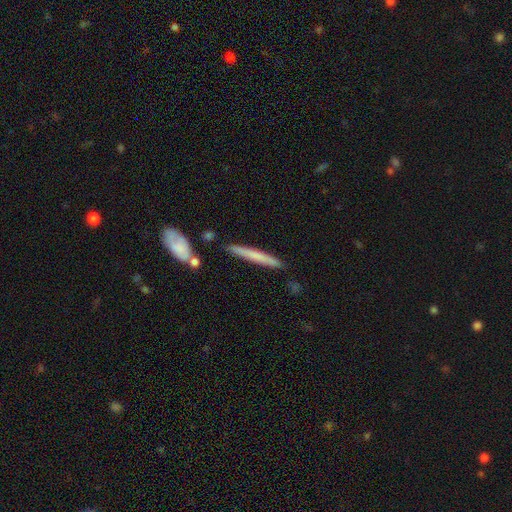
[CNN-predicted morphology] type=smooth (60%); roundness=cigar-shaped (96%); merging=none (85%).